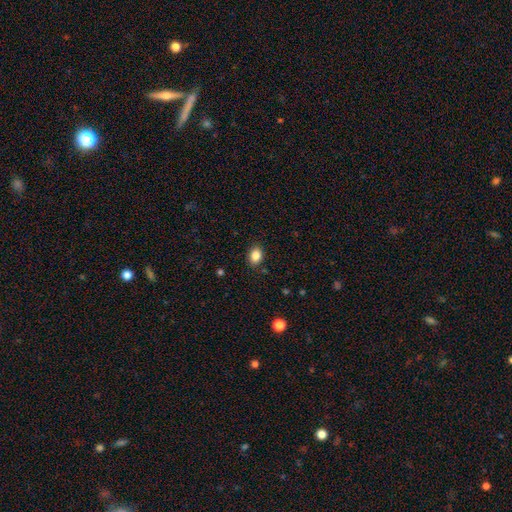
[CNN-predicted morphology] Q: Smooth or featured?
A: smooth (86%); runner-up: star or artifact (10%)
Q: How rounded?
A: in between (67%); runner-up: round (32%)
Q: Merging?
A: none (88%); runner-up: minor disturbance (9%)